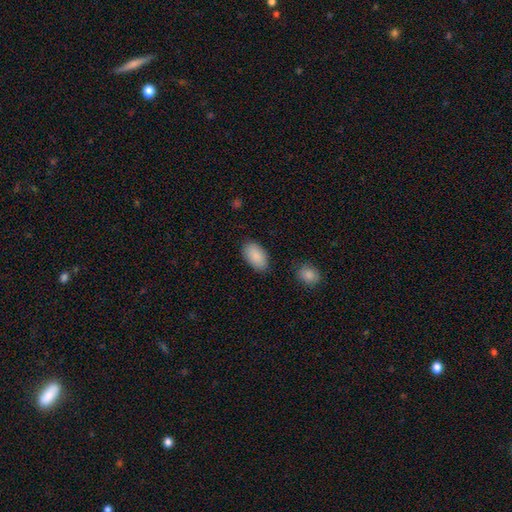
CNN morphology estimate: Smooth or featured?
  - smooth: 89% *
  - star or artifact: 6%
  - featured or disk: 5%
How rounded?
  - in between: 95% *
  - round: 3%
  - cigar-shaped: 2%
Merging?
  - none: 83% *
  - minor disturbance: 12%
  - major disturbance: 3%
  - merger: 2%